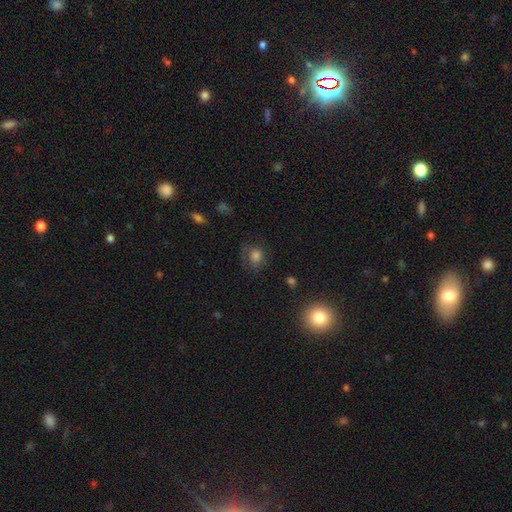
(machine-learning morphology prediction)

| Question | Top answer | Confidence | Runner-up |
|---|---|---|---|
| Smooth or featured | smooth | 73% | star or artifact (16%) |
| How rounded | round | 75% | in between (24%) |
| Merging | none | 62% | minor disturbance (22%) |